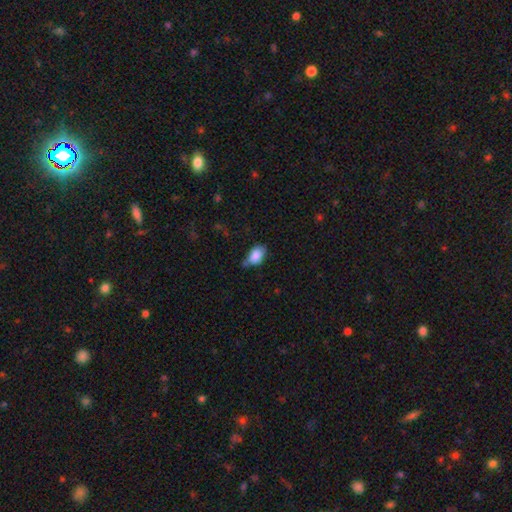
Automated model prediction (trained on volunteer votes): A smooth galaxy with no disk features (86%) that is in between round and cigar-shaped (85%).

Vote fractions:
- Smooth or featured? smooth: 86% / star or artifact: 8% / featured or disk: 7%
- How rounded? in between: 85% / round: 13% / cigar-shaped: 2%
- Merging? none: 50% / minor disturbance: 34% / major disturbance: 8% / merger: 8%